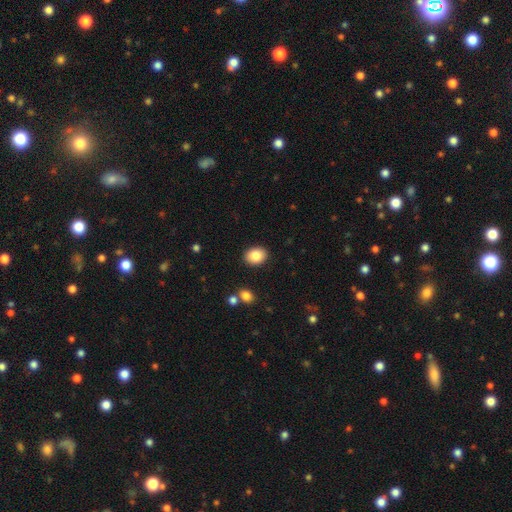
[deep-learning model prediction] smooth 85%, star or artifact 8%, featured or disk 7%. Down the decision tree: how rounded — in between (61%); merging — none (90%).